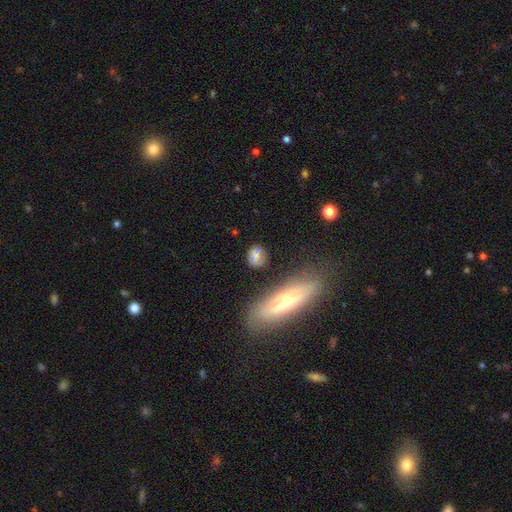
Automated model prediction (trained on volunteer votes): Morphology: type=smooth (71%); roundness=round (51%); merging=none (72%).